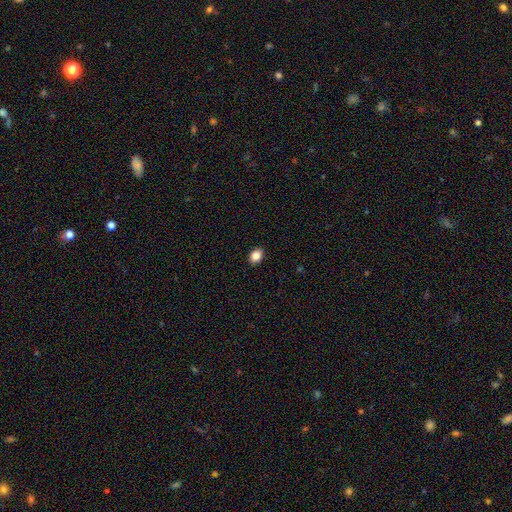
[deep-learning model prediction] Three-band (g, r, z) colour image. It shows a smooth galaxy with no disk features (85%) that is in between round and cigar-shaped (64%). Merging: none (90%).